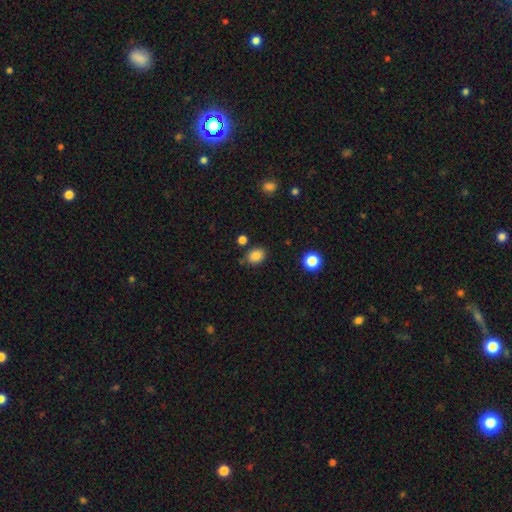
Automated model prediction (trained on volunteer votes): A smooth galaxy with no disk features (85%) that is in between round and cigar-shaped (52%). Merging: none (78%).